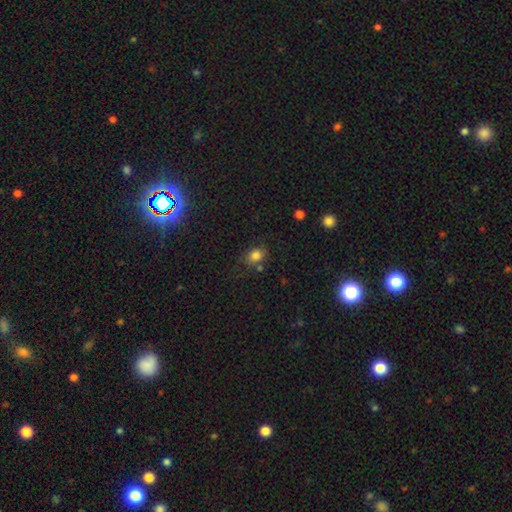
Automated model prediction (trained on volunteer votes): This appears to be a smooth galaxy with no disk features (81%) that is in between round and cigar-shaped (65%). Merging: none (69%).